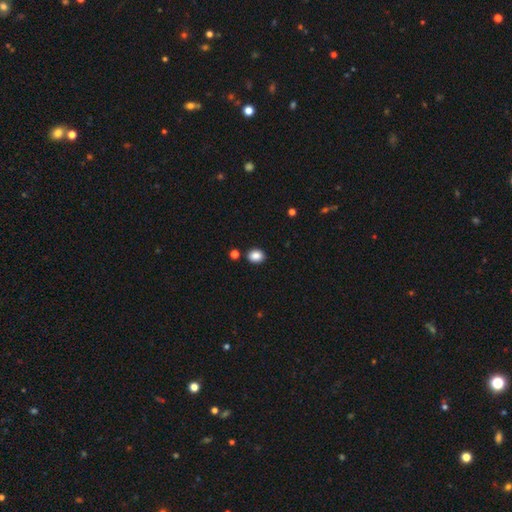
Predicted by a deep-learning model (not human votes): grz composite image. It shows a smooth galaxy with no disk features (87%) that is in between round and cigar-shaped (54%). Merging: none (86%).